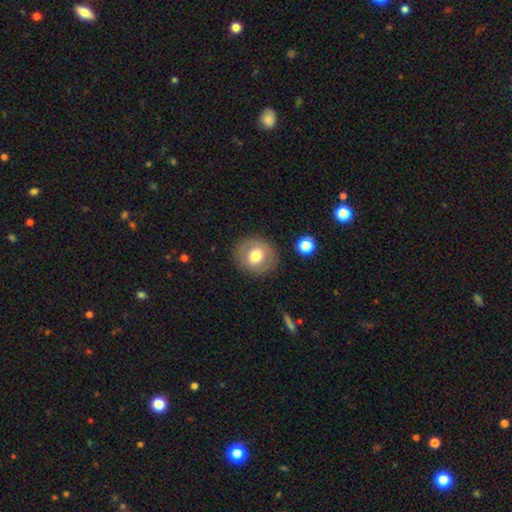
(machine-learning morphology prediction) Smooth or featured: smooth — 64% (featured or disk — 28%)
How rounded: round — 79% (in between — 20%)
Merging: none — 84% (minor disturbance — 10%)